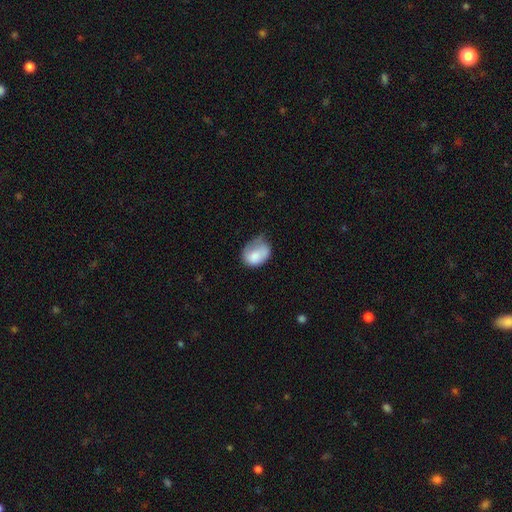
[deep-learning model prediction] Smooth or featured? Predicted: smooth (p=0.75). How rounded? Predicted: in between (p=0.61). Merging? Predicted: minor disturbance (p=0.40).